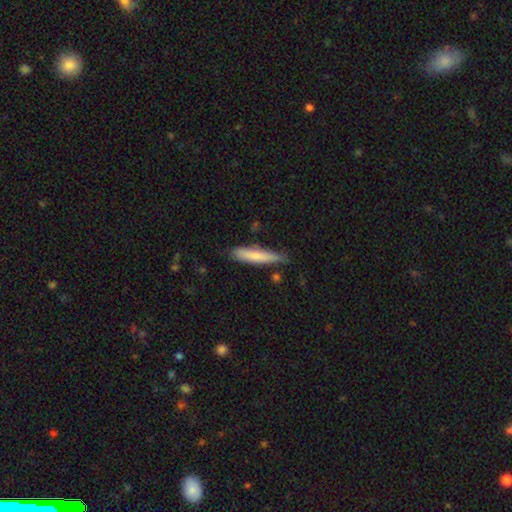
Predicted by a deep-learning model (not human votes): Smooth or featured: smooth — 74% (featured or disk — 20%)
How rounded: cigar-shaped — 89% (in between — 9%)
Merging: none — 72% (minor disturbance — 21%)